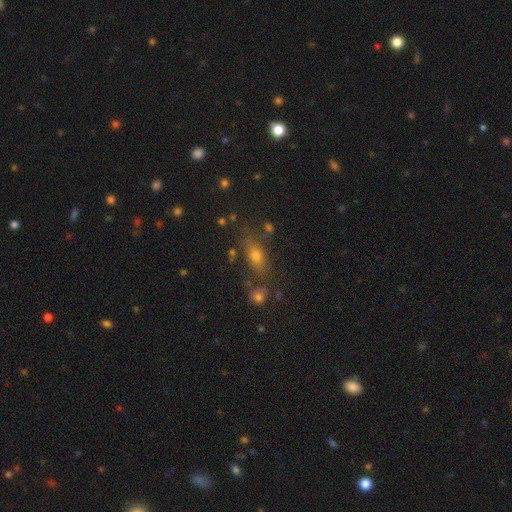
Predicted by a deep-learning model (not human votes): Smooth or featured: smooth — 59% (featured or disk — 21%)
How rounded: in between — 64% (cigar-shaped — 25%)
Merging: none — 70% (minor disturbance — 15%)